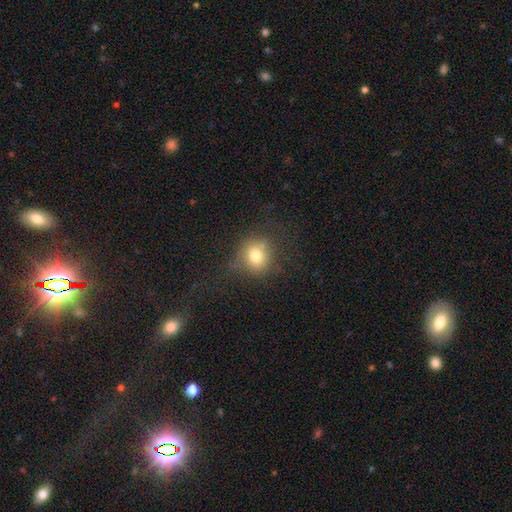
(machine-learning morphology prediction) Smooth or featured?
  - smooth: 74% *
  - star or artifact: 14%
  - featured or disk: 12%
How rounded?
  - round: 85% *
  - in between: 14%
  - cigar-shaped: 1%
Merging?
  - none: 73% *
  - minor disturbance: 16%
  - major disturbance: 8%
  - merger: 3%